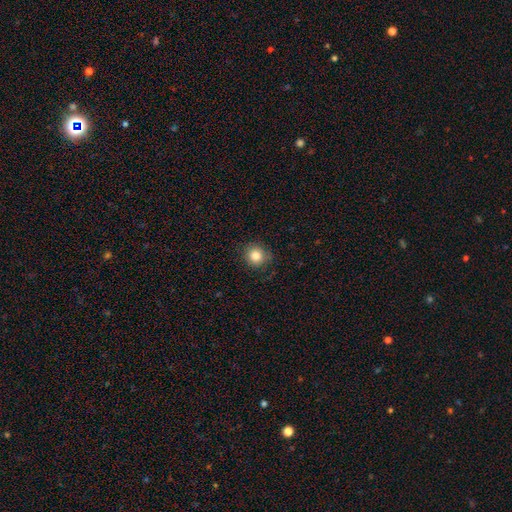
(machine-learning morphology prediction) A smooth galaxy with no disk features (84%) that is round (90%). Merging: none (85%).